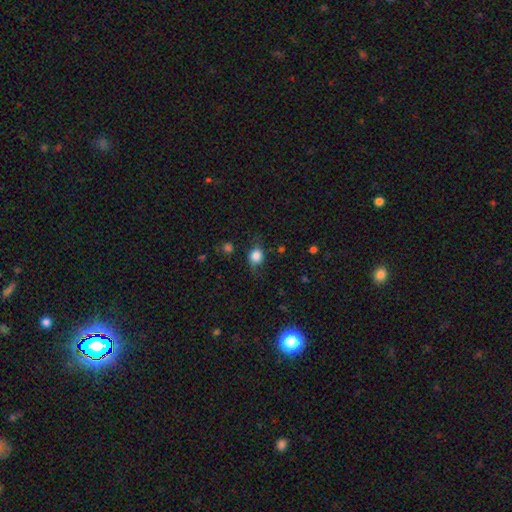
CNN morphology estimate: Smooth or featured: smooth — 79% (featured or disk — 11%)
How rounded: round — 64% (in between — 35%)
Merging: none — 65% (minor disturbance — 23%)